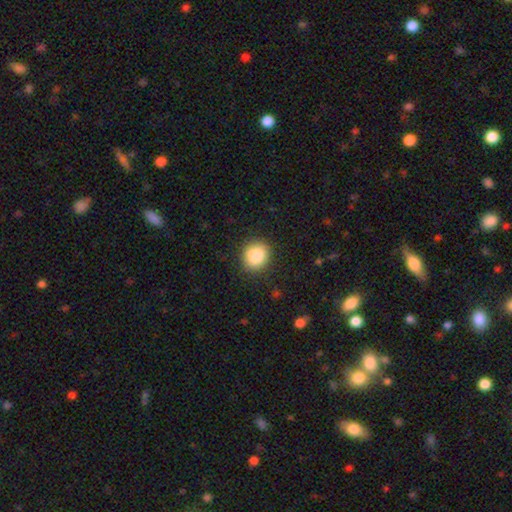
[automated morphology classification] The model was most divided on "how rounded": round: 78%, in between: 21%, cigar-shaped: 1%. More confident: merging — none (88%); smooth or featured — smooth (87%).